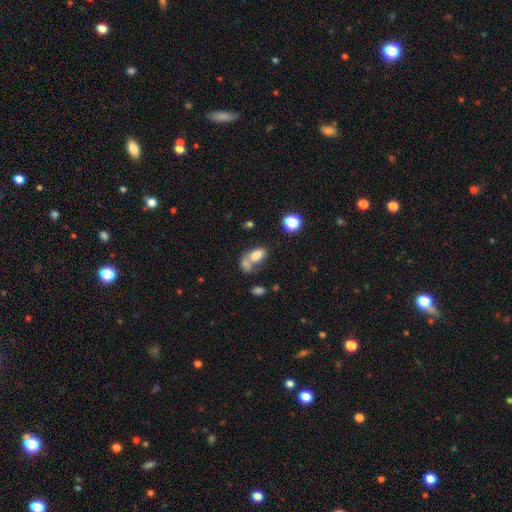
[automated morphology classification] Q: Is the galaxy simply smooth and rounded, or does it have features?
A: smooth — 77%.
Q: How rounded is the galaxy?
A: in between — 89%.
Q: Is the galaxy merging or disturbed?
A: merger — 52%.